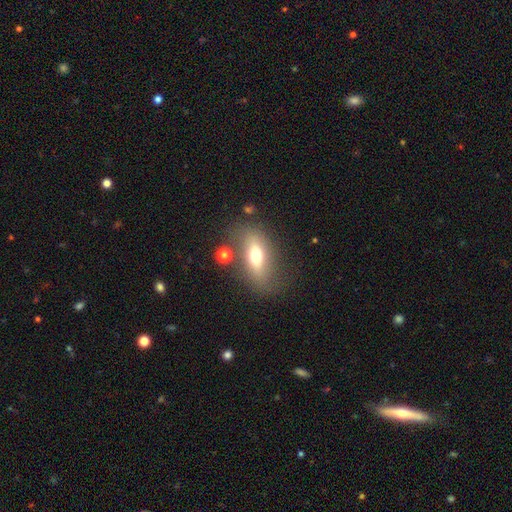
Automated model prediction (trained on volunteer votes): Smooth or featured? smooth (58%)
How rounded? in between (75%)
Merging? none (70%)